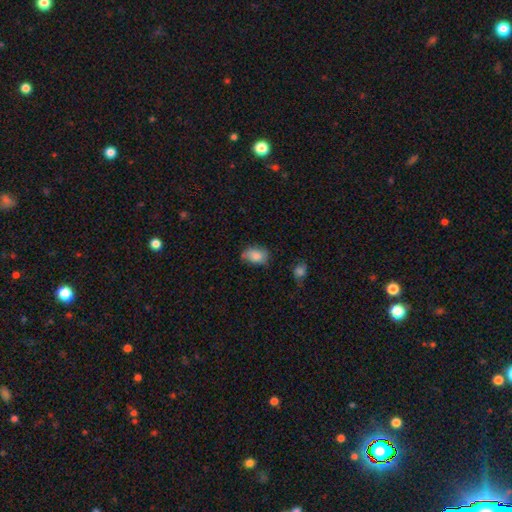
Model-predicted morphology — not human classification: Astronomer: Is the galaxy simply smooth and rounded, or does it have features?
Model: smooth — 83%.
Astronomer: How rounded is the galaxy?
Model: in between — 84%.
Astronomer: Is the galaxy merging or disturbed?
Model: none — 57% (runner-up: minor disturbance, 33%).